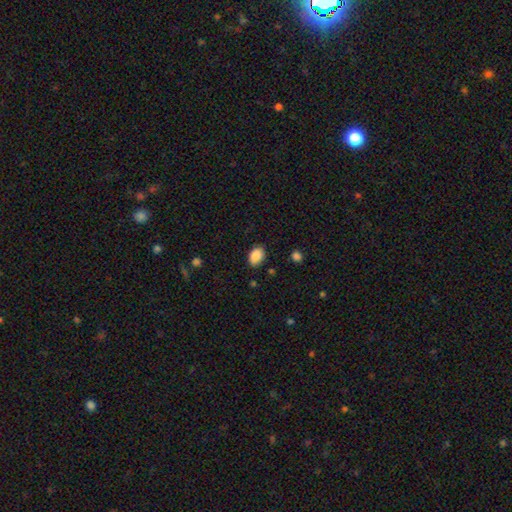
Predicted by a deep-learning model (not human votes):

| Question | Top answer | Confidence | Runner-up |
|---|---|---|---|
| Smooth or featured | smooth | 89% | star or artifact (8%) |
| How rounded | in between | 85% | round (14%) |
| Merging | none | 82% | minor disturbance (14%) |